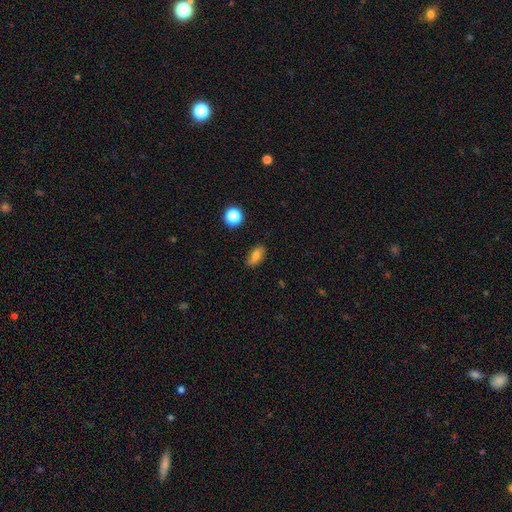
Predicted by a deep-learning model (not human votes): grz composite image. It shows a smooth galaxy with no disk features (75%) that is in between round and cigar-shaped (86%). Merging: none (85%).